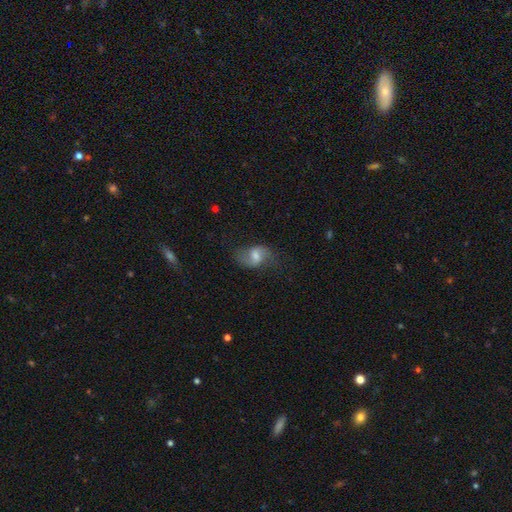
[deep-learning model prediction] This appears to be a featured or disk galaxy (61%) with a weak bar (54%), 2 (89%) loose (66%) spiral arms (89%) and a moderate central bulge (49%). Merging: none (67%).